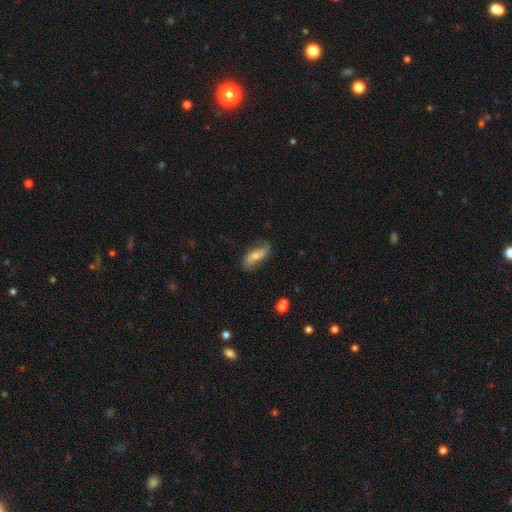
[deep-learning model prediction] Smooth or featured?
  - featured or disk: 58% *
  - smooth: 36%
  - star or artifact: 7%
Edge-on disk?
  - no: 88% *
  - yes: 12%
Bar?
  - no: 57% *
  - weak: 29%
  - strong: 14%
Spiral arms?
  - yes: 87% *
  - no: 13%
Bulge size?
  - small: 47% *
  - moderate: 44%
  - none: 4%
  - large: 4%
  - dominant: 1%
Merging?
  - none: 67% *
  - minor disturbance: 23%
  - major disturbance: 8%
  - merger: 2%